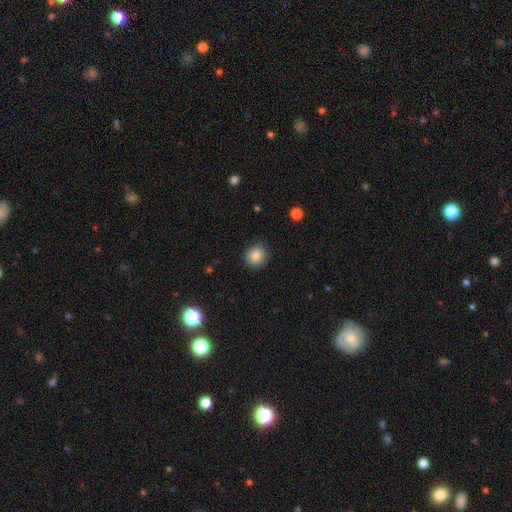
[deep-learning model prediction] A smooth galaxy with no disk features (84%) that is round (88%).

Vote fractions:
- Smooth or featured? smooth: 84% / star or artifact: 10% / featured or disk: 7%
- How rounded? round: 88% / in between: 11% / cigar-shaped: 1%
- Merging? none: 86% / minor disturbance: 11% / major disturbance: 2% / merger: 1%